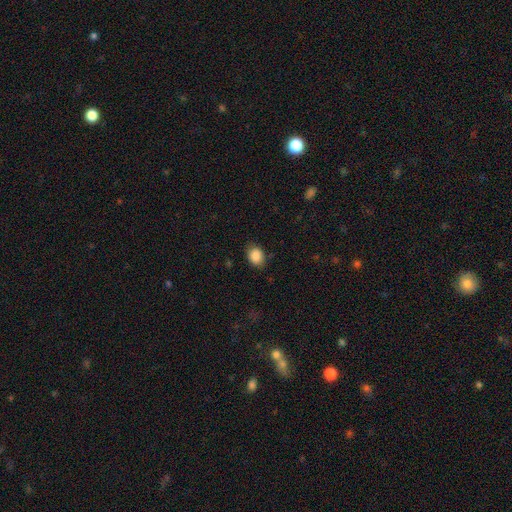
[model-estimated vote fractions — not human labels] Smooth or featured?
  - smooth: 87% *
  - star or artifact: 9%
  - featured or disk: 4%
How rounded?
  - in between: 57% *
  - round: 42%
  - cigar-shaped: 1%
Merging?
  - none: 80% *
  - minor disturbance: 15%
  - major disturbance: 3%
  - merger: 1%